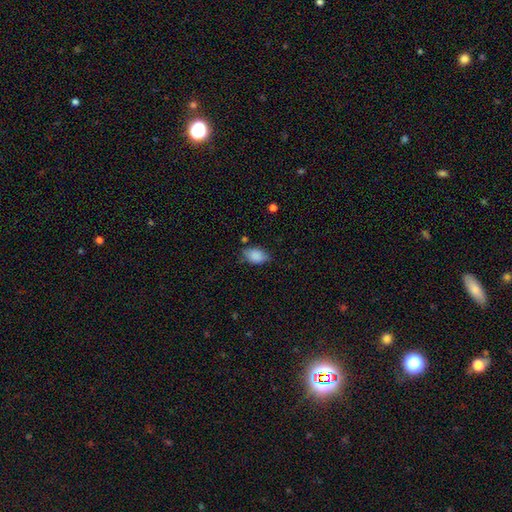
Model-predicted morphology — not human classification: type=smooth (86%); roundness=in between (87%); merging=none (66%).